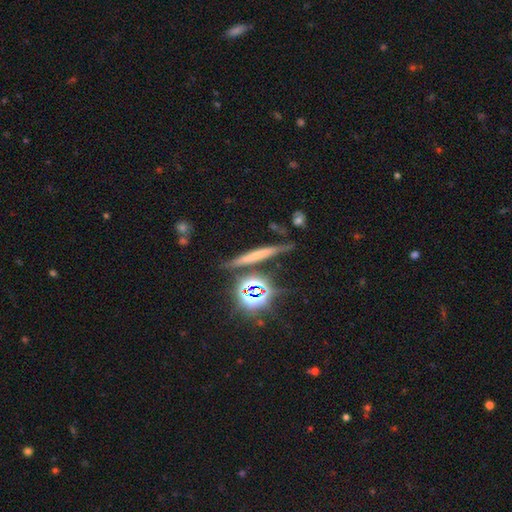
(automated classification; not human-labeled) Smooth or featured?
  - smooth: 43% *
  - featured or disk: 29%
  - star or artifact: 28%
Merging?
  - none: 77% *
  - minor disturbance: 12%
  - merger: 6%
  - major disturbance: 4%